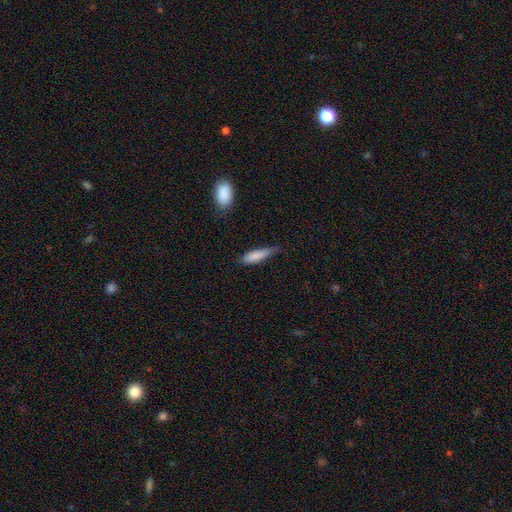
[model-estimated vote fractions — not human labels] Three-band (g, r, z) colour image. It shows a smooth galaxy with no disk features (83%) that is cigar-shaped (63%). Merging: none (50%).